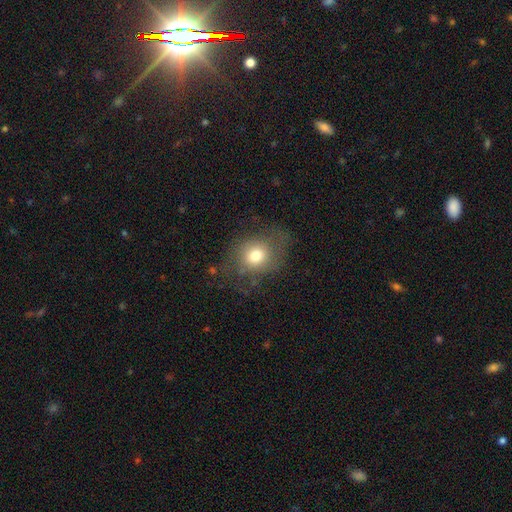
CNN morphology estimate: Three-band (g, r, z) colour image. It shows a smooth galaxy with no disk features (71%) that is round (62%). Merging: none (59%).